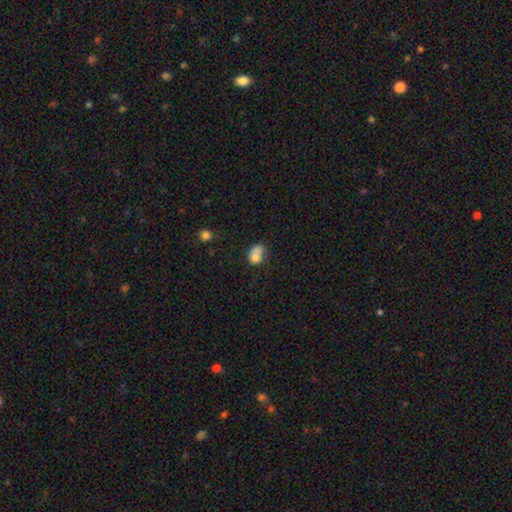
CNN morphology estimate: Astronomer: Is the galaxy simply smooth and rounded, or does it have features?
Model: smooth — 74%.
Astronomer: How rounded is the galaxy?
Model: in between — 60% (runner-up: round, 38%).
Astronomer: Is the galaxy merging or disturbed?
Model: merger — 37% (runner-up: none, 29%).